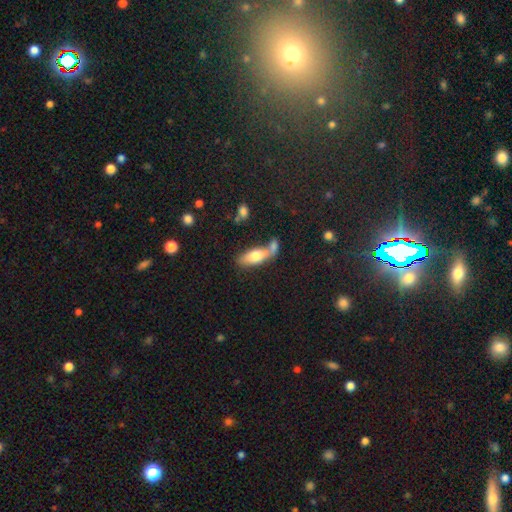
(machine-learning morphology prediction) Smooth or featured?
  - smooth: 70% *
  - featured or disk: 23%
  - star or artifact: 7%
How rounded?
  - in between: 72% *
  - cigar-shaped: 25%
  - round: 3%
Merging?
  - none: 39% * (tied)
  - merger: 39% * (tied)
  - minor disturbance: 15%
  - major disturbance: 7%